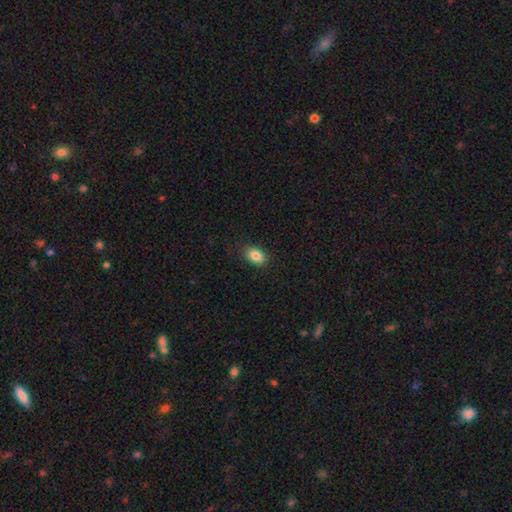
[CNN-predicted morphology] A smooth galaxy with no disk features (84%) that is in between round and cigar-shaped (84%).

Vote fractions:
- Smooth or featured? smooth: 84% / star or artifact: 9% / featured or disk: 7%
- How rounded? in between: 84% / round: 15% / cigar-shaped: 1%
- Merging? none: 88% / minor disturbance: 9% / major disturbance: 2% / merger: 1%